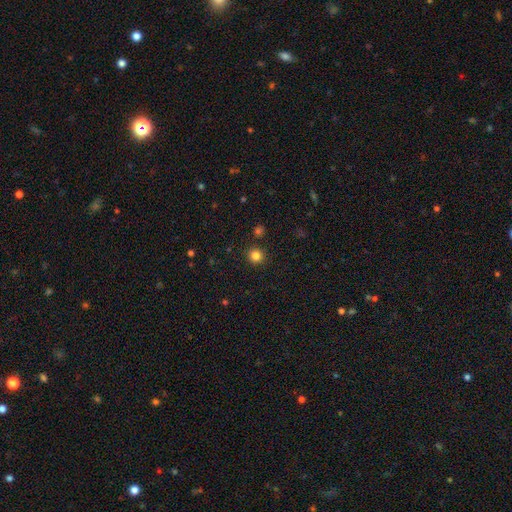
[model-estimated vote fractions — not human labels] Smooth or featured? smooth (83%)
How rounded? round (94%)
Merging? none (91%)